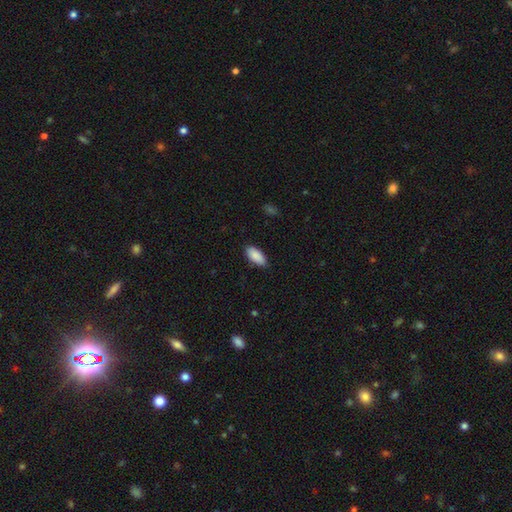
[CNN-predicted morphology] Overall: smooth (90%). How rounded: in between (90%). Merging: none (86%).